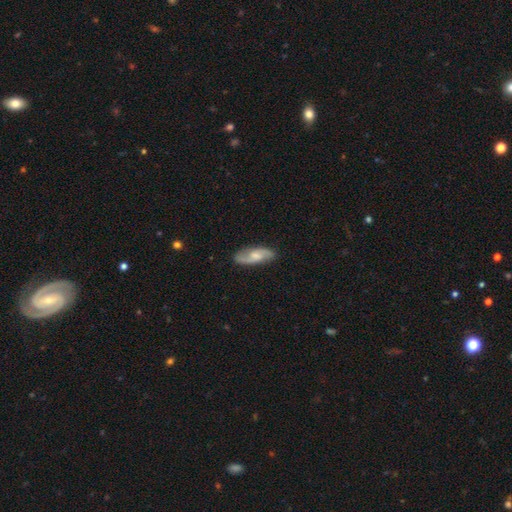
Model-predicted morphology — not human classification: featured or disk 59%, smooth 35%, star or artifact 6%. Down the decision tree: edge-on disk — no (88%); bar — no (52%); spiral arms — yes (92%); bulge size — moderate (44%); merging — none (82%).